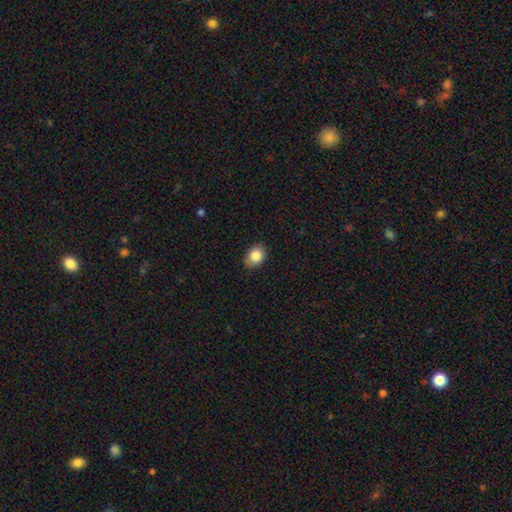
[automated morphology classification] Smooth or featured? smooth (85%)
How rounded? in between (68%)
Merging? none (82%)